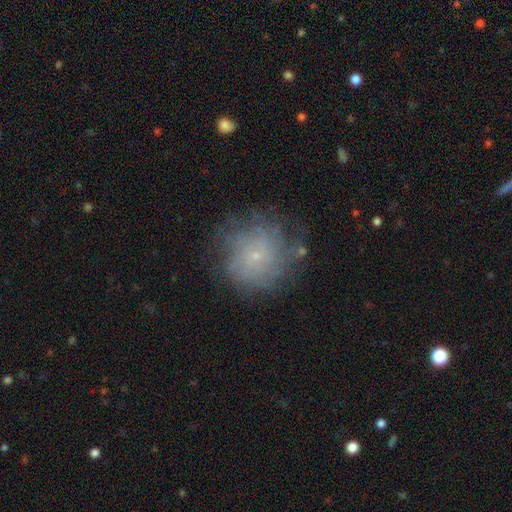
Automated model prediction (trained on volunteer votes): Overall: smooth (43%, tied with featured or disk). Merging: none (71%).